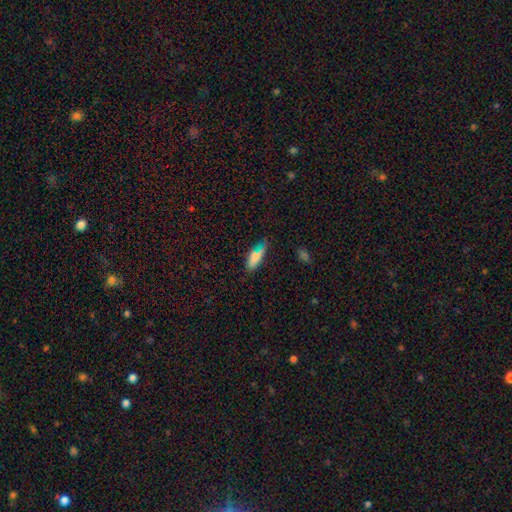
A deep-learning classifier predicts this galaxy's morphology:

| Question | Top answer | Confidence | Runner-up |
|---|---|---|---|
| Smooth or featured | smooth | 74% | featured or disk (13%) |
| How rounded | in between | 57% | cigar-shaped (40%) |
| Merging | none | 70% | minor disturbance (21%) |